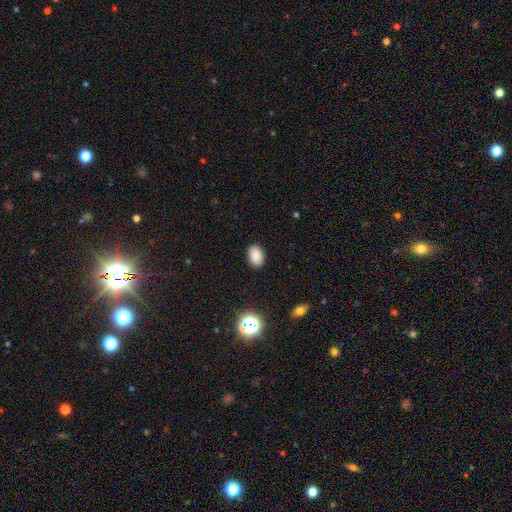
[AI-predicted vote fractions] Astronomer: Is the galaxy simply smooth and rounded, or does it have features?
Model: smooth — 84%.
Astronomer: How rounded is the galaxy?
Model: in between — 85%.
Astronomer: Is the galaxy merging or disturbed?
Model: none — 88%.